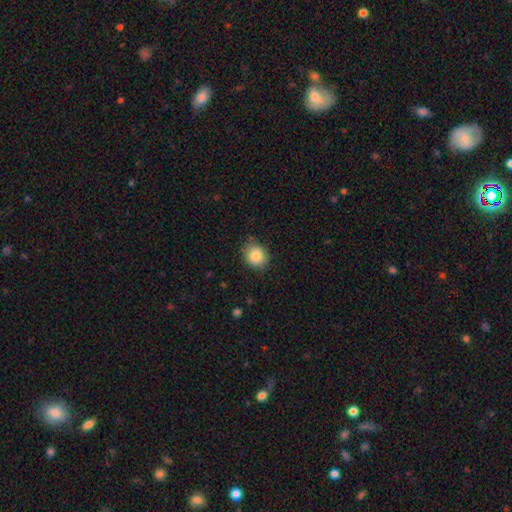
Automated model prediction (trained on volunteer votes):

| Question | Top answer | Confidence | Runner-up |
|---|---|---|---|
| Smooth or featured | smooth | 85% | star or artifact (9%) |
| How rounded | round | 69% | in between (30%) |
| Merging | none | 78% | minor disturbance (18%) |